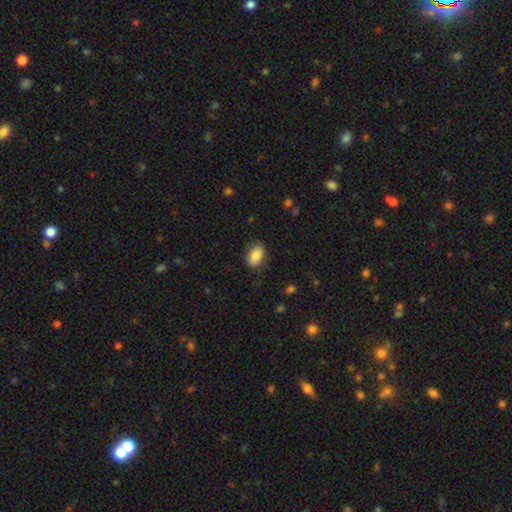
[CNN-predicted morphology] This appears to be a smooth galaxy with no disk features (86%) that is in between round and cigar-shaped (90%). Merging: none (82%).